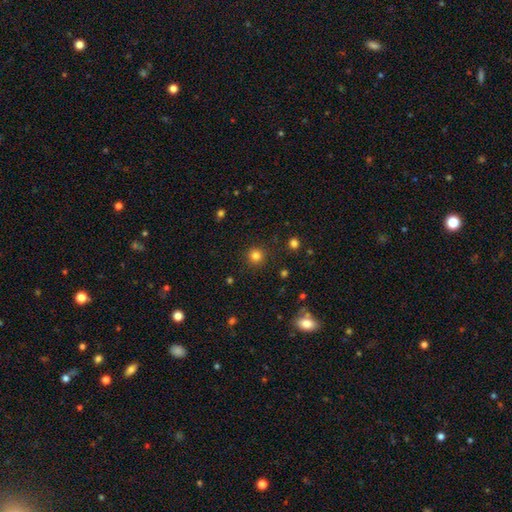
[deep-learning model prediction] Smooth or featured: smooth — 81% (star or artifact — 14%)
How rounded: round — 95% (in between — 4%)
Merging: none — 91% (minor disturbance — 6%)